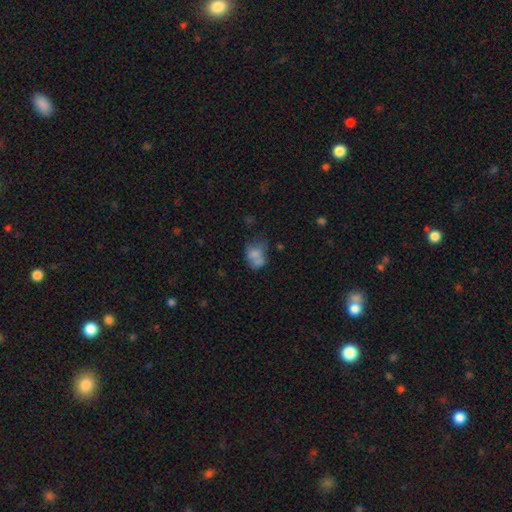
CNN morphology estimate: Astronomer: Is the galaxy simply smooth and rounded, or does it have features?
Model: smooth — 67%.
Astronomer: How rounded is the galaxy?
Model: in between — 59% (runner-up: round, 40%).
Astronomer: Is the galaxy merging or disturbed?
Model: merger — 32% (runner-up: none, 30%).